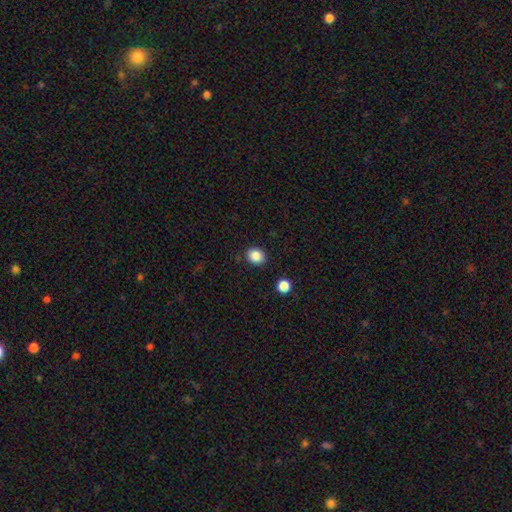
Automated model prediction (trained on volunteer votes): A smooth galaxy with no disk features (86%) that is round (64%).

Vote fractions:
- Smooth or featured? smooth: 86% / star or artifact: 10% / featured or disk: 4%
- How rounded? round: 64% / in between: 35% / cigar-shaped: 1%
- Merging? none: 86% / minor disturbance: 9% / major disturbance: 3% / merger: 2%